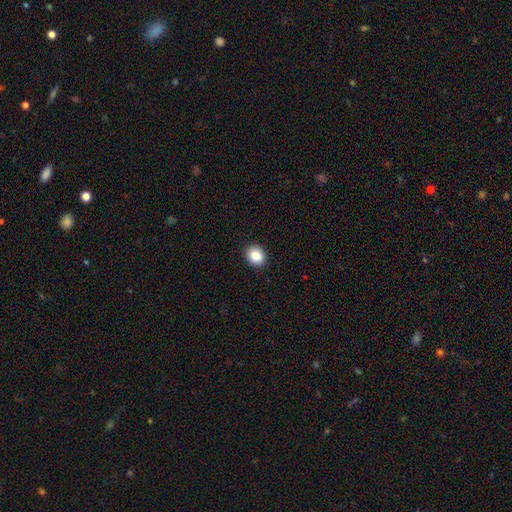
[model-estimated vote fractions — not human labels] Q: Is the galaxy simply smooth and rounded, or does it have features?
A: smooth — 86%.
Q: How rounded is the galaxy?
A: round — 63%.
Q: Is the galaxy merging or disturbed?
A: none — 92%.